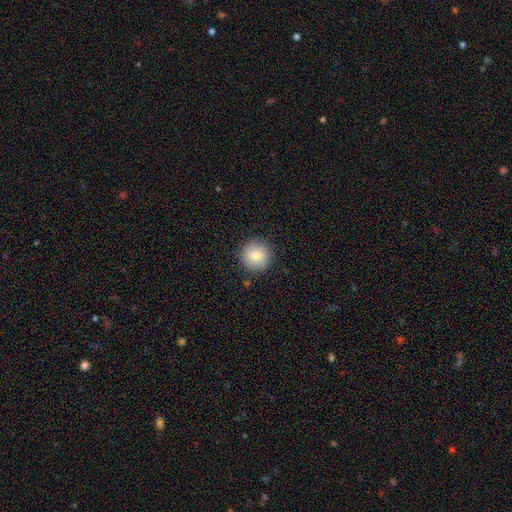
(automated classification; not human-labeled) Overall: smooth (78%). How rounded: round (94%). Merging: none (88%).